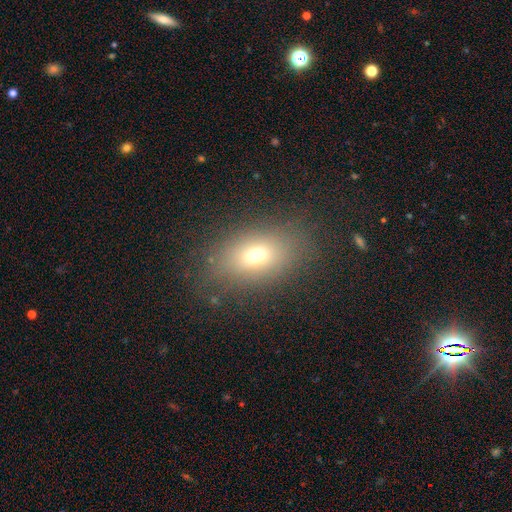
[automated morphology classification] The model was most divided on "smooth or featured": smooth: 68%, star or artifact: 16%, featured or disk: 16%. More confident: merging — none (81%); how rounded — in between (77%).